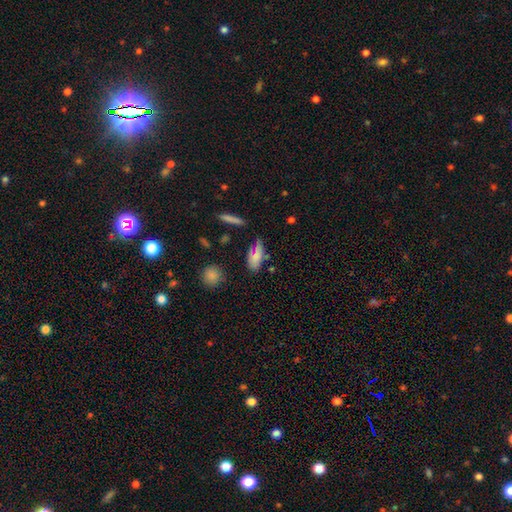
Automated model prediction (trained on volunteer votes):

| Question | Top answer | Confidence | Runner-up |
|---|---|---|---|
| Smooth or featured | smooth | 75% | featured or disk (13%) |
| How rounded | in between | 78% | cigar-shaped (17%) |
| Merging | none | 67% | minor disturbance (21%) |